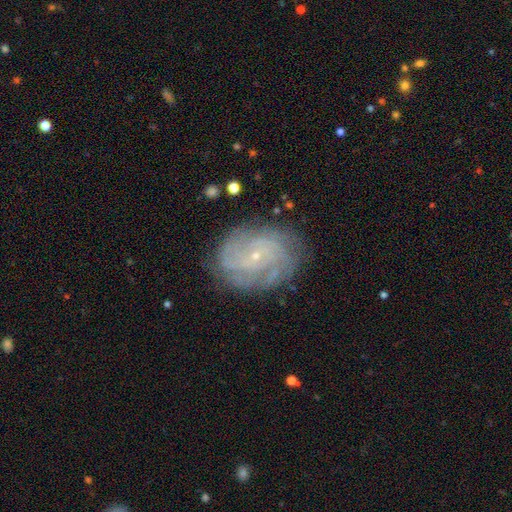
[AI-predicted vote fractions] A featured or disk galaxy (78%) with no bar (70%), tight (63%) spiral arms (91%) and a small central bulge (87%). Merging: none (78%).